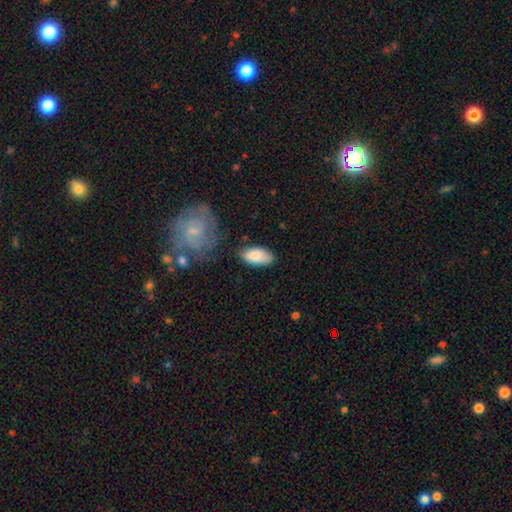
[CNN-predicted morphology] smooth 84%, featured or disk 9%, star or artifact 6%. Down the decision tree: how rounded — in between (93%); merging — none (76%).